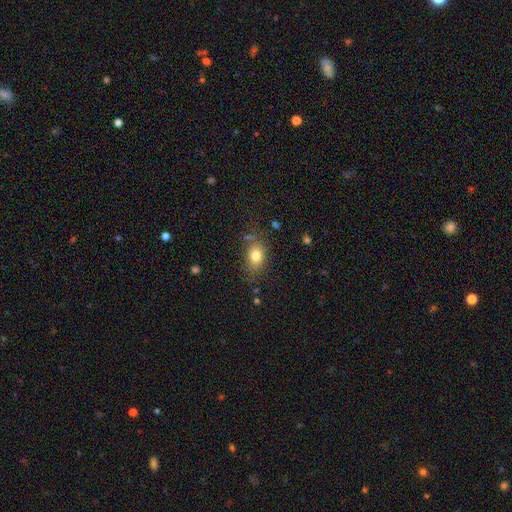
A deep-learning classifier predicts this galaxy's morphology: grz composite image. It shows a smooth galaxy with no disk features (79%) that is in between round and cigar-shaped (73%). Merging: none (74%).